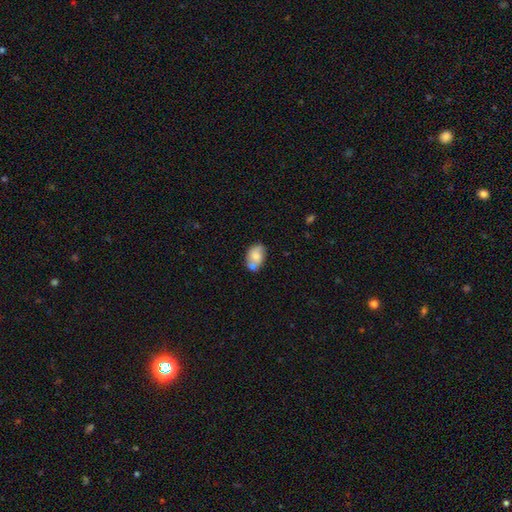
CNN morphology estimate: This appears to be a smooth galaxy with no disk features (61%) that is in between round and cigar-shaped (83%). Merging: none (41%).